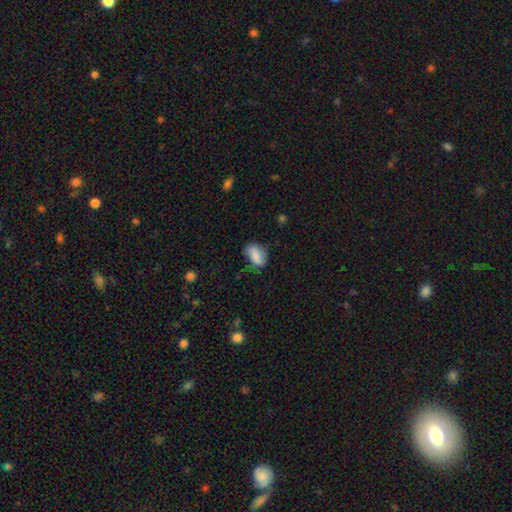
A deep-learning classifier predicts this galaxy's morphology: Smooth or featured: smooth — 72% (featured or disk — 20%)
How rounded: in between — 84% (round — 13%)
Merging: none — 58% (minor disturbance — 30%)